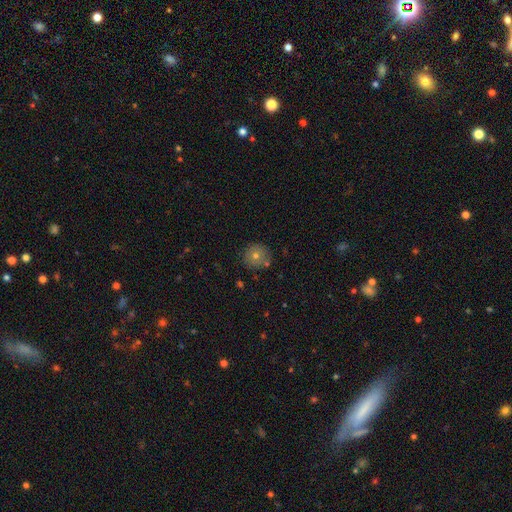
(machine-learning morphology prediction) type=smooth (68%); roundness=round (95%); merging=none (84%).